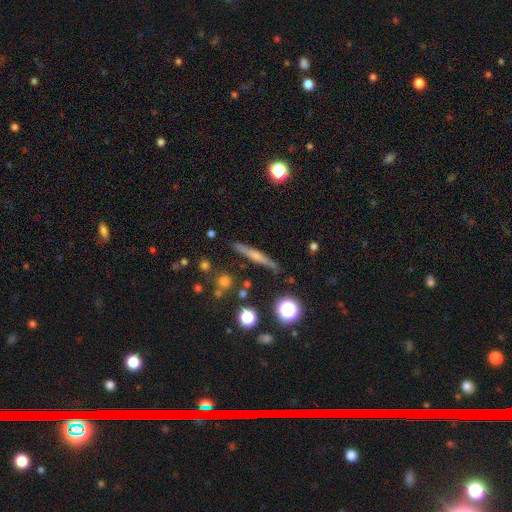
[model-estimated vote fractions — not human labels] Smooth or featured? featured or disk (49%)
Merging? none (86%)